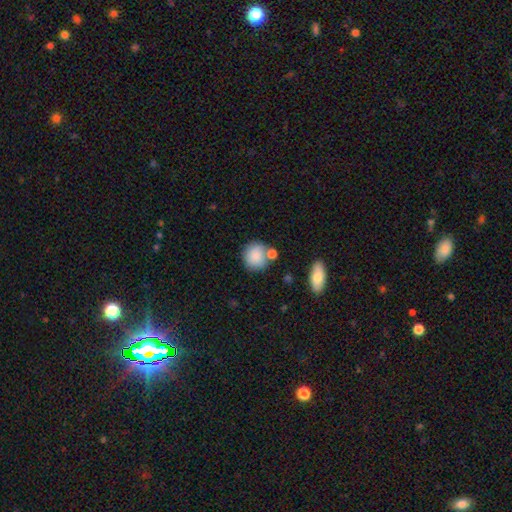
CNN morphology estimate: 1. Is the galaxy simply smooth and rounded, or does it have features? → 85% smooth, 8% featured or disk, 7% star or artifact.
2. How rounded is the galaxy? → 79% round, 19% in between, 1% cigar-shaped.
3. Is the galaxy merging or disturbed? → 61% none, 19% merger, 15% minor disturbance, 5% major disturbance.